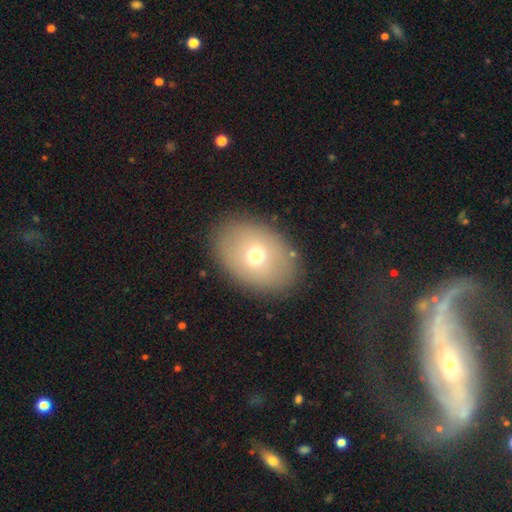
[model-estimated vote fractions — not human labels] smooth-or-featured: smooth: 67% | featured or disk: 23% | star or artifact: 11%
  how-rounded: in between: 74% | round: 25% | cigar-shaped: 1%
  merging: none: 86% | minor disturbance: 9% | major disturbance: 4% | merger: 1%